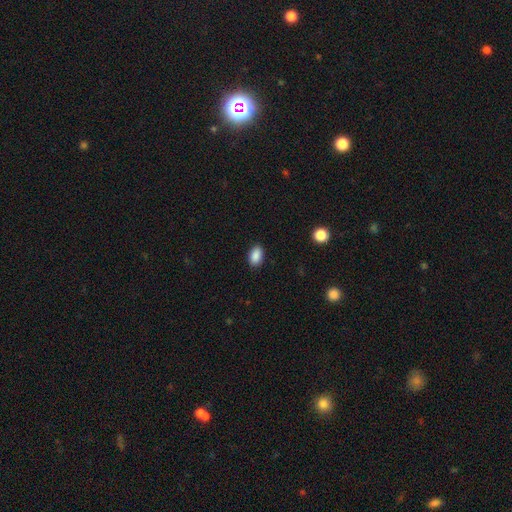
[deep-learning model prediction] This is clearly a smooth galaxy (89%). How rounded: clearly in between (90%). Merging: clearly none (88%).